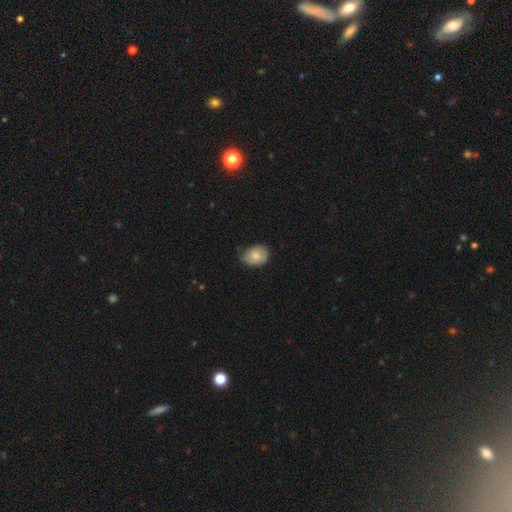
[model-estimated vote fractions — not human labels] A smooth galaxy with no disk features (73%) that is in between round and cigar-shaped (62%).

Vote fractions:
- Smooth or featured? smooth: 73% / featured or disk: 20% / star or artifact: 7%
- How rounded? in between: 62% / round: 37% / cigar-shaped: 1%
- Merging? none: 54% / minor disturbance: 38% / major disturbance: 7% / merger: 1%